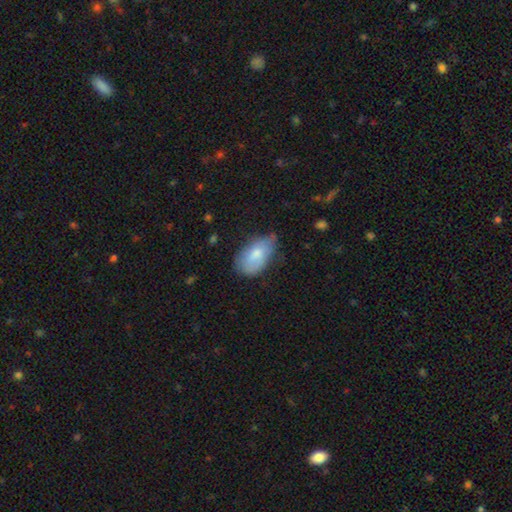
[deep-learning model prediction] smooth-or-featured: smooth: 77% | featured or disk: 16% | star or artifact: 7%
  how-rounded: in between: 93% | round: 4% | cigar-shaped: 3%
  merging: none: 51% | minor disturbance: 38% | major disturbance: 9% | merger: 3%